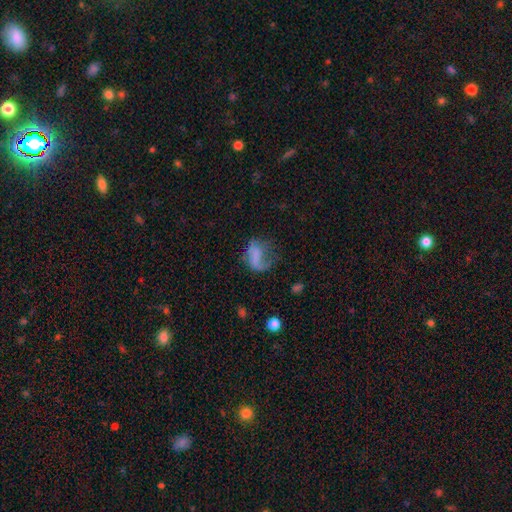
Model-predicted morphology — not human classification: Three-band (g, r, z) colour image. It shows a smooth galaxy with no disk features (49%). Merging: major disturbance (48%).